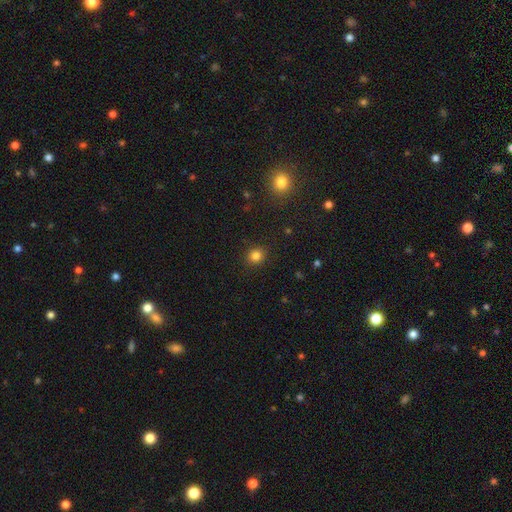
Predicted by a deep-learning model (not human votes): A smooth galaxy with no disk features (83%) that is round (86%). Merging: none (90%).